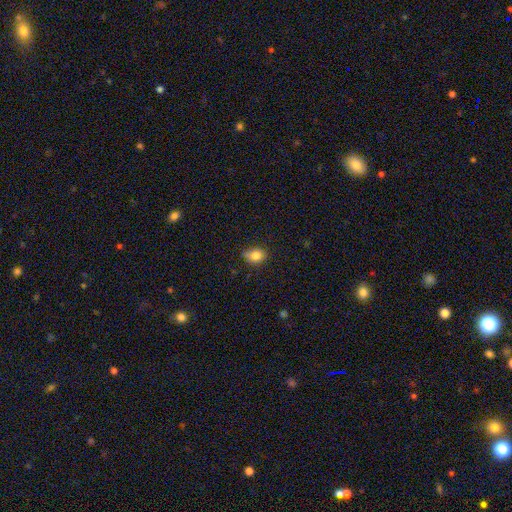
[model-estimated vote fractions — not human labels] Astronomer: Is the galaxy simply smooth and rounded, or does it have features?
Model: smooth — 82%.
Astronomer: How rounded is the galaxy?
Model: round — 51% (runner-up: in between, 48%).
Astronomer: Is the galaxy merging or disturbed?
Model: none — 63%.